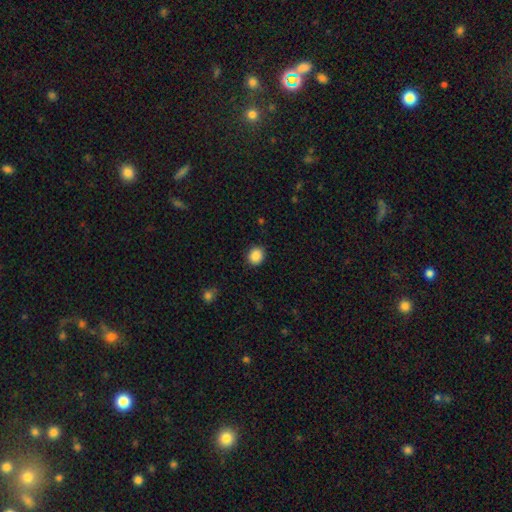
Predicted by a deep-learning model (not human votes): The model was most divided on "how rounded": round: 76%, in between: 24%, cigar-shaped: 1%. More confident: merging — none (90%); smooth or featured — smooth (88%).